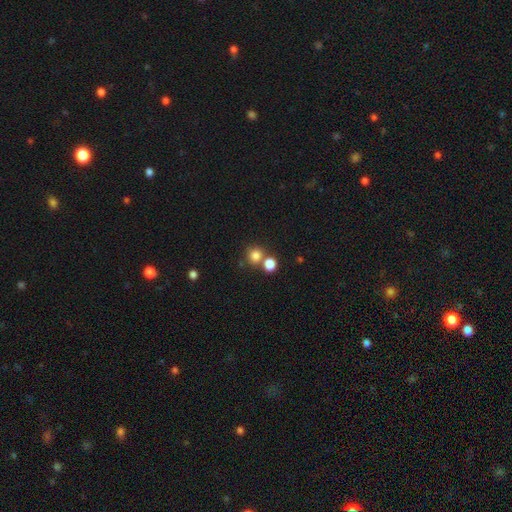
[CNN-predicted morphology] smooth-or-featured: smooth: 80% | star or artifact: 13% | featured or disk: 6%
  how-rounded: round: 86% | in between: 13% | cigar-shaped: 1%
  merging: none: 60% | merger: 28% | minor disturbance: 8% | major disturbance: 3%